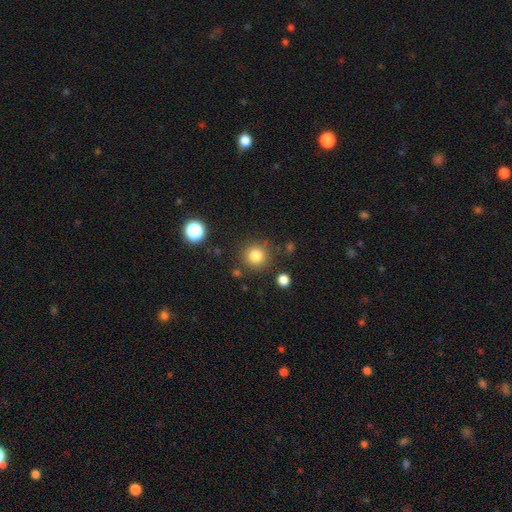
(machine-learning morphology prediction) Smooth or featured?
  - smooth: 82% *
  - star or artifact: 12%
  - featured or disk: 6%
How rounded?
  - round: 93% *
  - in between: 6%
  - cigar-shaped: 1%
Merging?
  - none: 84% *
  - minor disturbance: 9%
  - merger: 4%
  - major disturbance: 4%